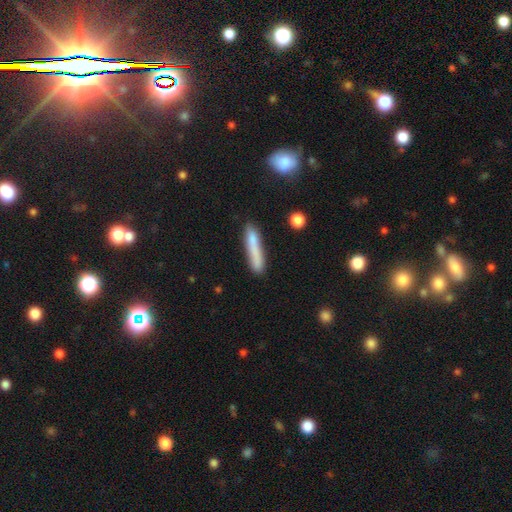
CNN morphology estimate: The model was most divided on "merging": none: 68%, minor disturbance: 19%, merger: 7%, major disturbance: 6%. More confident: how rounded — cigar-shaped (90%); smooth or featured — smooth (76%).